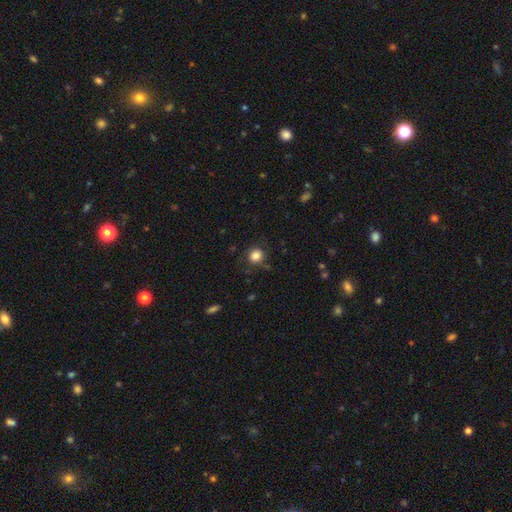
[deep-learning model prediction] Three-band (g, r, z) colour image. It shows a smooth galaxy with no disk features (84%) that is round (88%). Merging: none (80%).